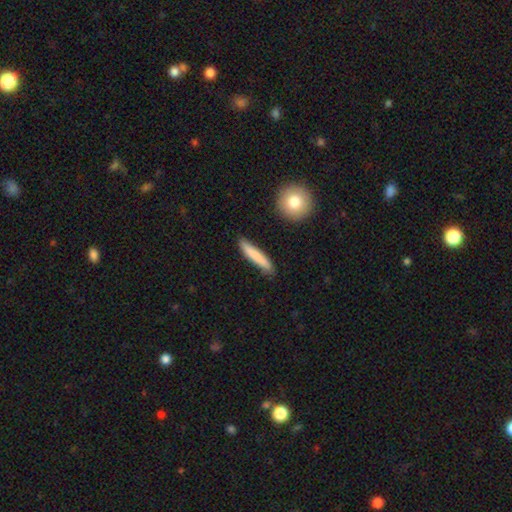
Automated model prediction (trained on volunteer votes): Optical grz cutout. It shows a smooth galaxy with no disk features (79%) that is cigar-shaped (90%). Merging: none (86%).